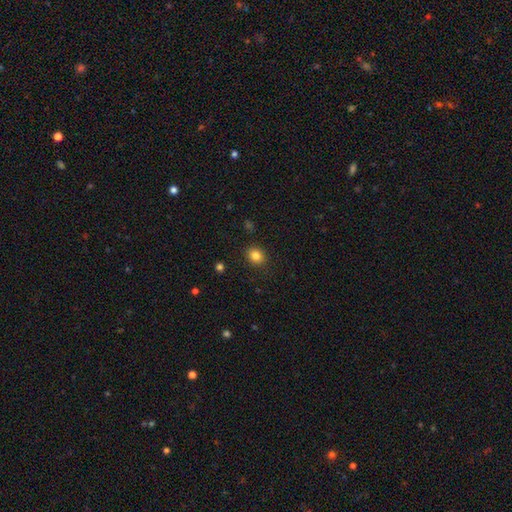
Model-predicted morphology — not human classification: smooth_or_featured: smooth (p=0.83) [alt: star or artifact p=0.11]
how_rounded: round (p=0.68) [alt: in between p=0.31]
merging: none (p=0.89) [alt: minor disturbance p=0.07]